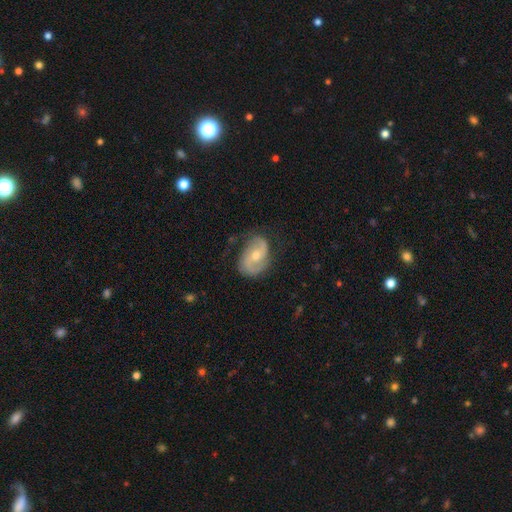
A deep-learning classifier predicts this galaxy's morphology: Overall: featured or disk (78%). Edge-on disk: no (97%). Bar: no (51%; weak 39%). Spiral arms: yes (93%). Spiral arm count: 2 (86%). Spiral winding: medium (47%; loose 30%). Bulge size: moderate (60%; small 36%). Merging: none (70%).